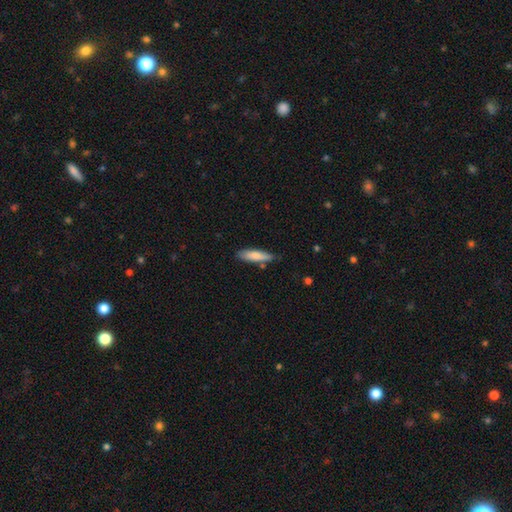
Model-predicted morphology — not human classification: This is likely a smooth galaxy (79%). How rounded: likely cigar-shaped (68%). Merging: likely none (75%).